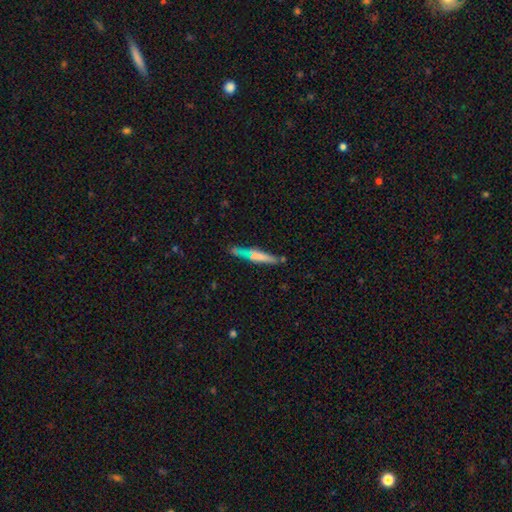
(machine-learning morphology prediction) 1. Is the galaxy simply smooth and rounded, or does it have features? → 58% smooth, 36% featured or disk, 7% star or artifact.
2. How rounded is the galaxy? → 92% cigar-shaped, 6% in between, 2% round.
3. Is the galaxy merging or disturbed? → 72% none, 18% minor disturbance, 7% merger, 4% major disturbance.